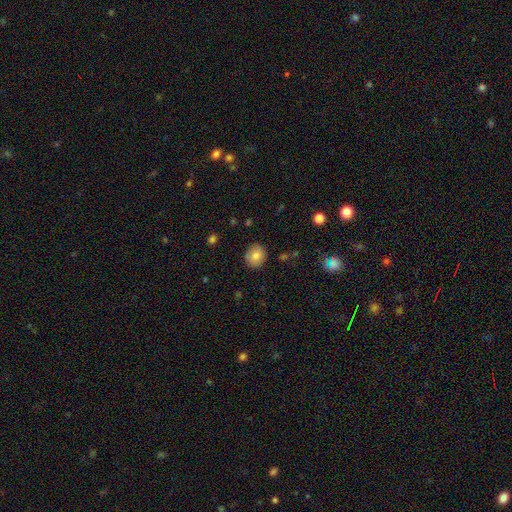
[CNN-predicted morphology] This is clearly a smooth galaxy (81%). How rounded: clearly round (81%). Merging: clearly none (86%).